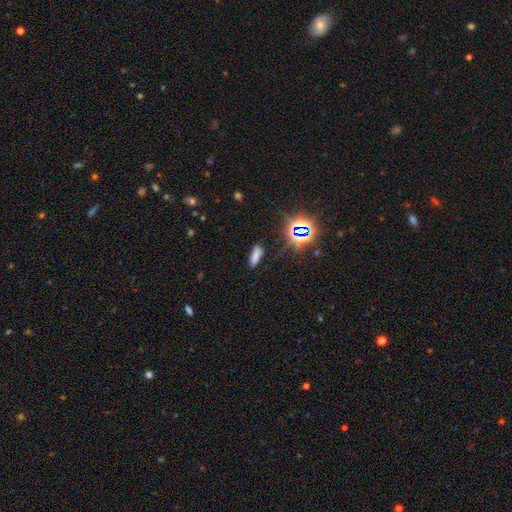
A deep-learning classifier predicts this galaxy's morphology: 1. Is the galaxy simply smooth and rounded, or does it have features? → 66% smooth, 26% star or artifact, 8% featured or disk.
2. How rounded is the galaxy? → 49% cigar-shaped, 47% in between, 4% round.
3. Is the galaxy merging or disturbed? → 76% none, 15% minor disturbance, 5% major disturbance, 4% merger.